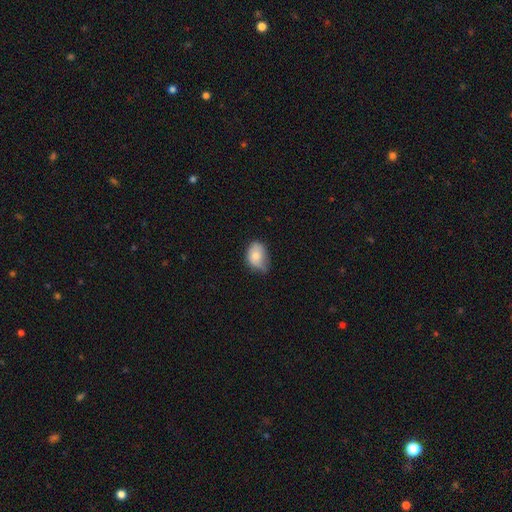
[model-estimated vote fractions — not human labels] Morphology: type=smooth (77%); roundness=in between (72%); merging=minor disturbance (50%).